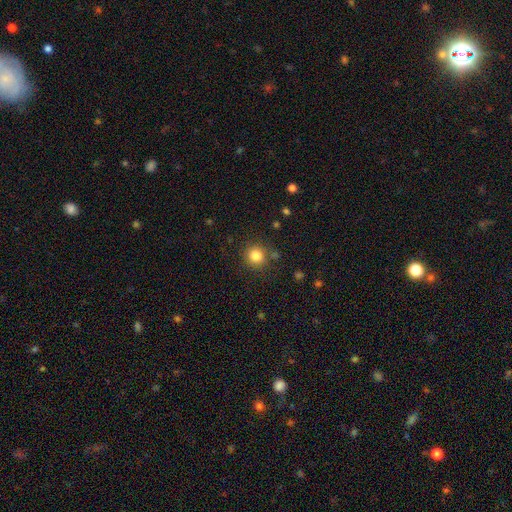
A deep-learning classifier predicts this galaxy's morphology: This appears to be a smooth galaxy with no disk features (82%) that is round (92%). Merging: none (85%).